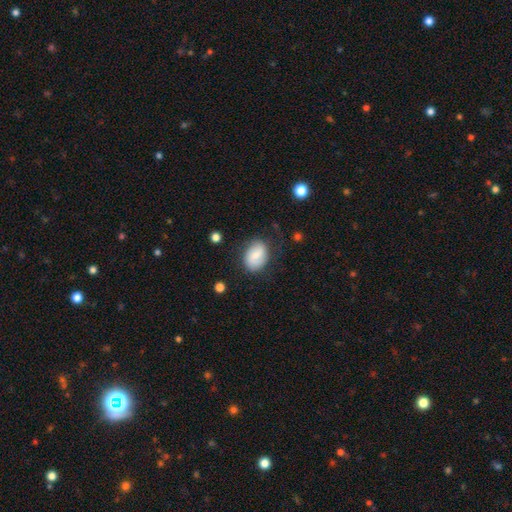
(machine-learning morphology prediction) This appears to be a smooth galaxy with no disk features (64%) that is in between round and cigar-shaped (72%). Merging: none (73%).